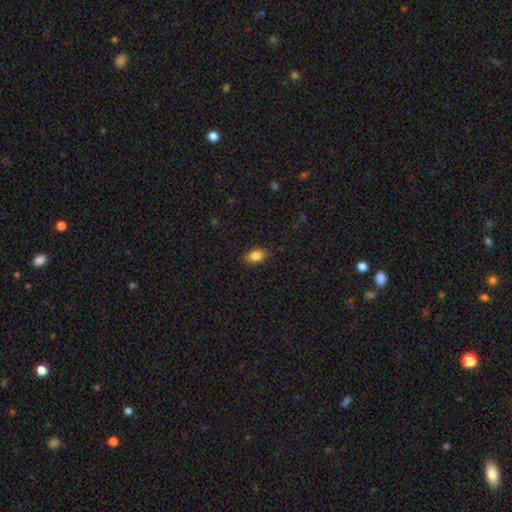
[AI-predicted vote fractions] Smooth or featured: smooth — 83% (star or artifact — 9%)
How rounded: in between — 82% (round — 15%)
Merging: none — 85% (minor disturbance — 12%)